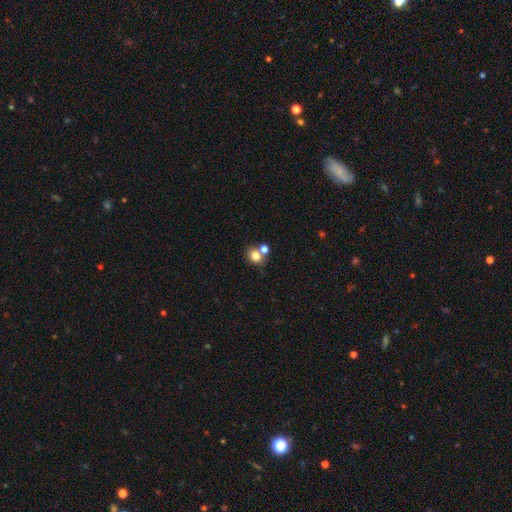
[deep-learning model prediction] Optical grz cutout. It shows a smooth galaxy with no disk features (78%) that is round (66%). Merging: none (54%).